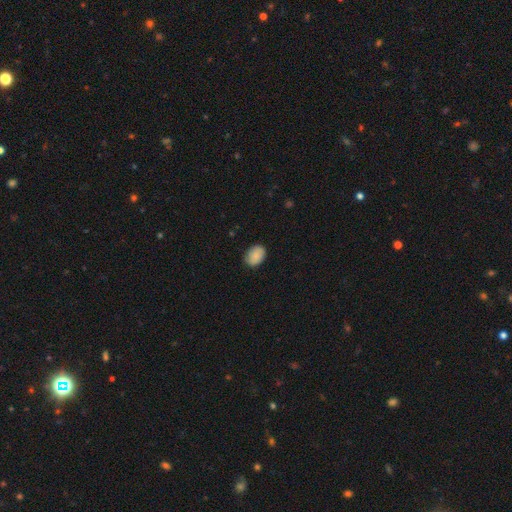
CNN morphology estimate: Smooth or featured: smooth — 84% (featured or disk — 9%)
How rounded: in between — 72% (round — 27%)
Merging: none — 83% (minor disturbance — 13%)